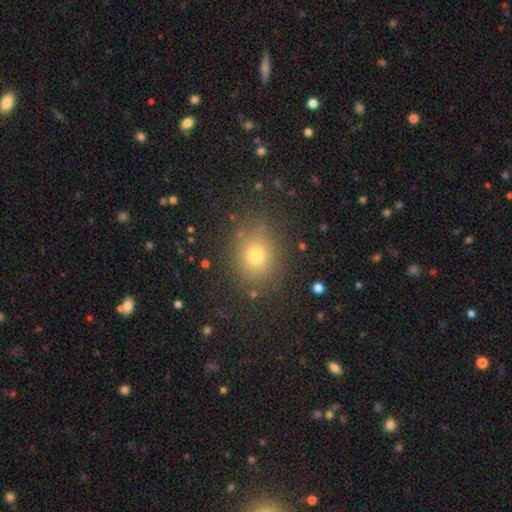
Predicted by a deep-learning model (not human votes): This appears to be a smooth galaxy with no disk features (74%) that is round (69%). Merging: none (84%).